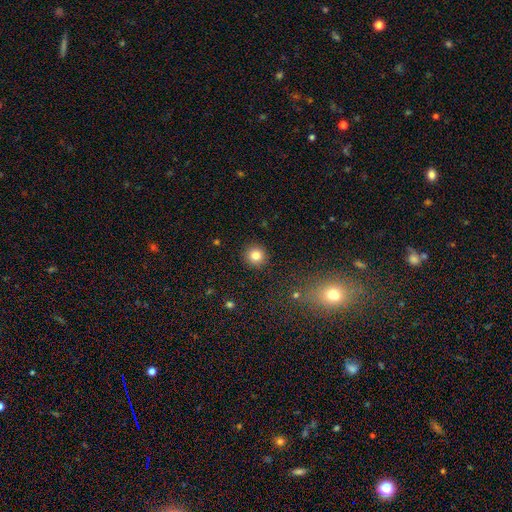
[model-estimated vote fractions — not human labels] smooth_or_featured: smooth (p=0.82) [alt: star or artifact p=0.12]
how_rounded: round (p=0.94) [alt: in between p=0.05]
merging: none (p=0.92) [alt: minor disturbance p=0.05]